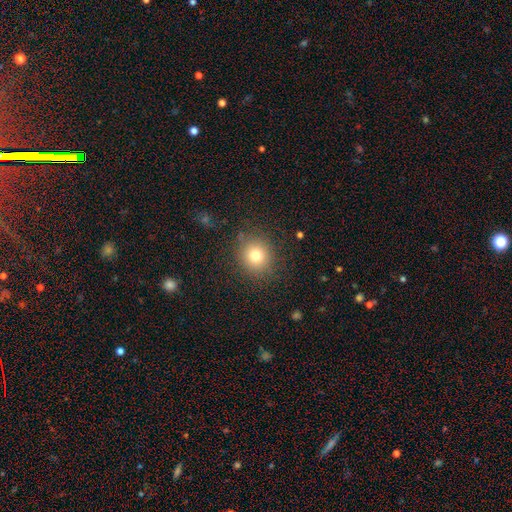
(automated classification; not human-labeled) Morphology: type=smooth (76%); roundness=round (88%); merging=none (86%).